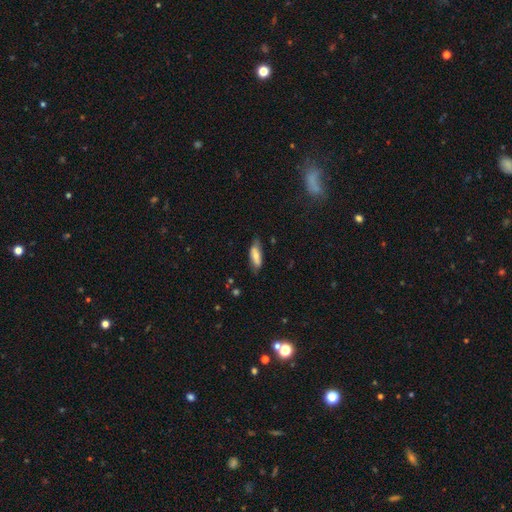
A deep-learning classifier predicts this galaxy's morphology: A smooth galaxy with no disk features (64%) that is in between round and cigar-shaped (62%).

Vote fractions:
- Smooth or featured? smooth: 64% / featured or disk: 29% / star or artifact: 7%
- How rounded? in between: 62% / cigar-shaped: 36% / round: 2%
- Merging? none: 69% / minor disturbance: 24% / major disturbance: 6% / merger: 2%